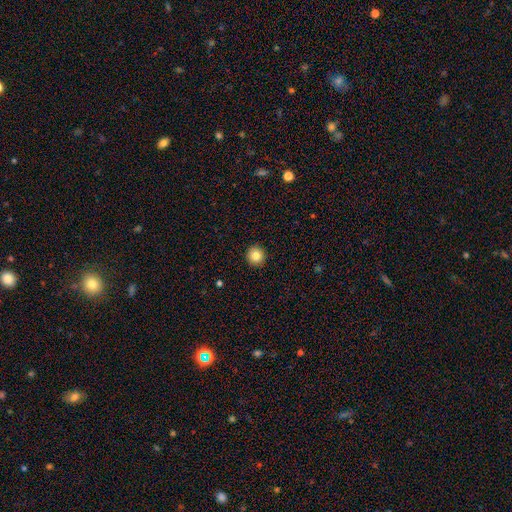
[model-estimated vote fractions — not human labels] A smooth galaxy with no disk features (83%) that is round (94%).

Vote fractions:
- Smooth or featured? smooth: 83% / star or artifact: 10% / featured or disk: 7%
- How rounded? round: 94% / in between: 5% / cigar-shaped: 1%
- Merging? none: 93% / minor disturbance: 5% / major disturbance: 2% / merger: 1%